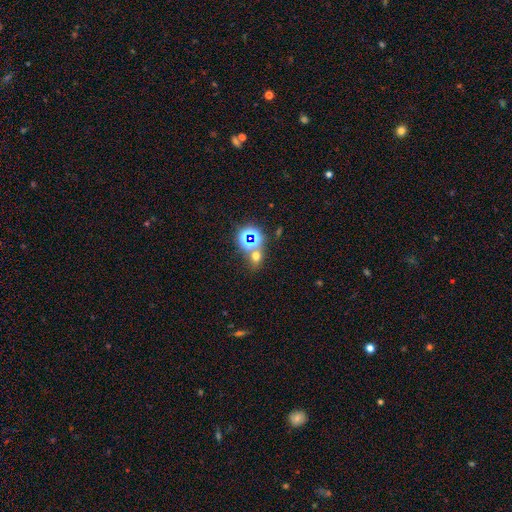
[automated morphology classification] type=smooth (49%); merging=none (63%).